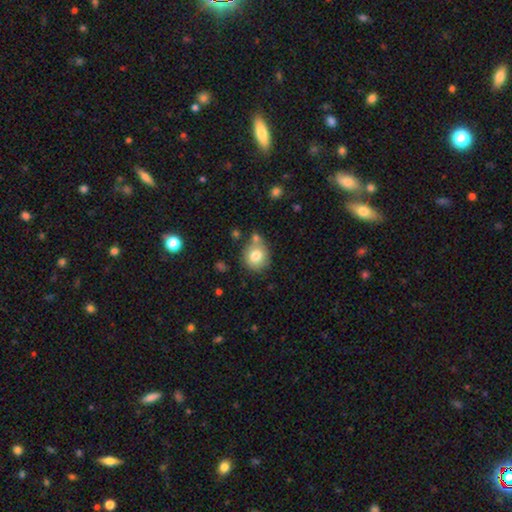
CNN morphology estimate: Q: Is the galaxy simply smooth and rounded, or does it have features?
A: smooth — 78%.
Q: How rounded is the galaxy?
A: round — 80%.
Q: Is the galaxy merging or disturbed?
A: none — 64%.